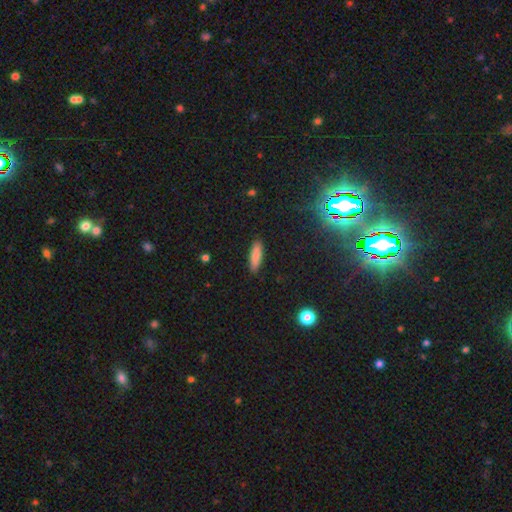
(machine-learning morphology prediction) This is clearly a smooth galaxy (85%). How rounded: likely cigar-shaped (61%). Merging: clearly none (89%).